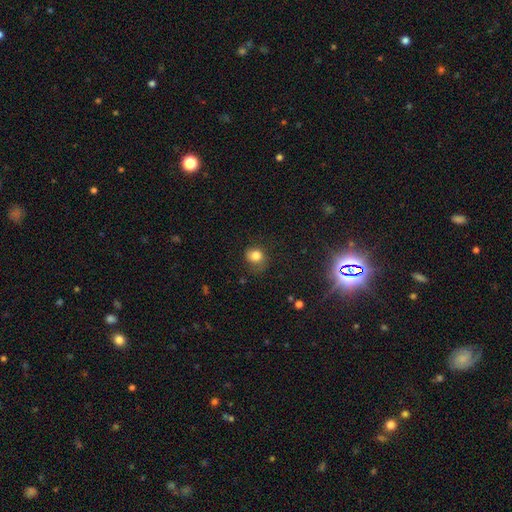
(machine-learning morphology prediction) This appears to be a smooth galaxy with no disk features (79%) that is round (66%). Merging: none (57%).